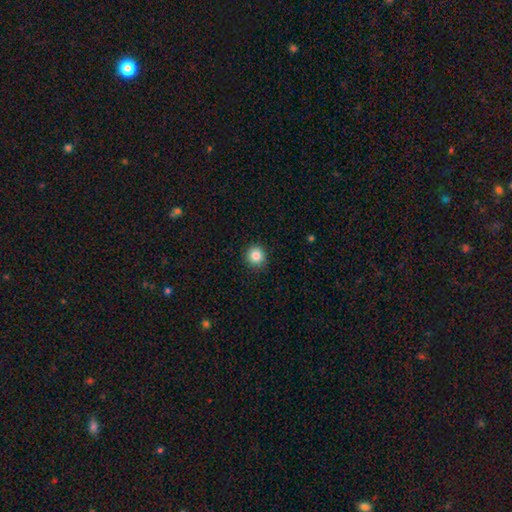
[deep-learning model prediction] smooth 85%, star or artifact 10%, featured or disk 5%. Down the decision tree: how rounded — round (90%); merging — none (89%).